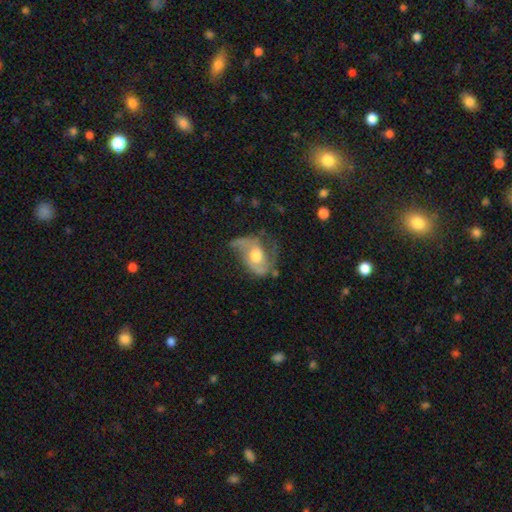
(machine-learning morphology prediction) This appears to be a featured or disk galaxy (70%) with no bar (64%), 2 (77%) loose (45%) spiral arms (79%) and a moderate central bulge (66%). Merging: none (37%).